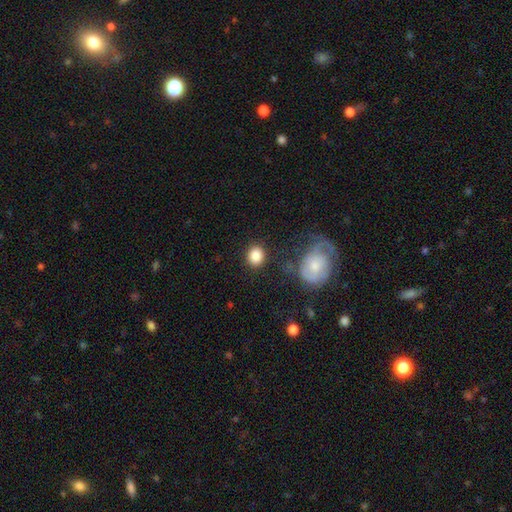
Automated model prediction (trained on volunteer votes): Q: Smooth or featured?
A: smooth (87%); runner-up: star or artifact (7%)
Q: How rounded?
A: round (70%); runner-up: in between (29%)
Q: Merging?
A: none (81%); runner-up: minor disturbance (10%)